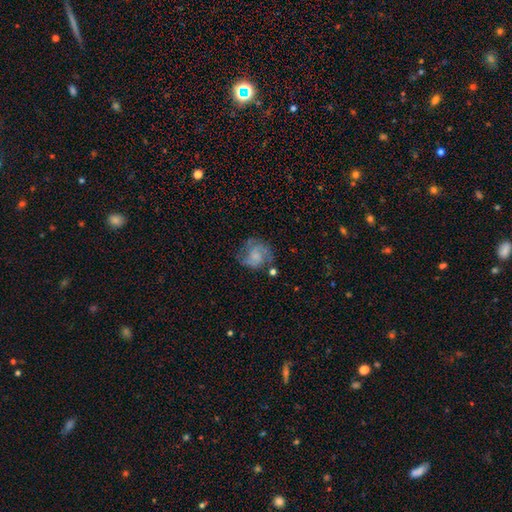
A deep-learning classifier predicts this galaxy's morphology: Smooth or featured: featured or disk — 53% (smooth — 38%)
Edge-on disk: no — 98% (yes — 2%)
Bar: no — 73% (weak — 23%)
Spiral arms: yes — 78% (no — 22%)
Bulge size: none — 38% (small — 36%)
Merging: none — 54% (minor disturbance — 24%)